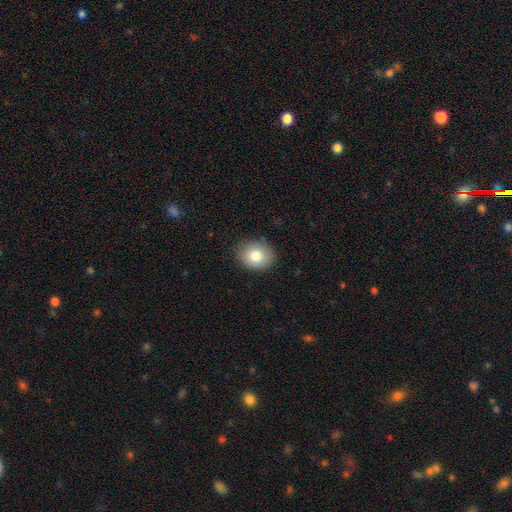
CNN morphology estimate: A smooth galaxy with no disk features (81%) that is in between round and cigar-shaped (54%). Merging: none (84%).